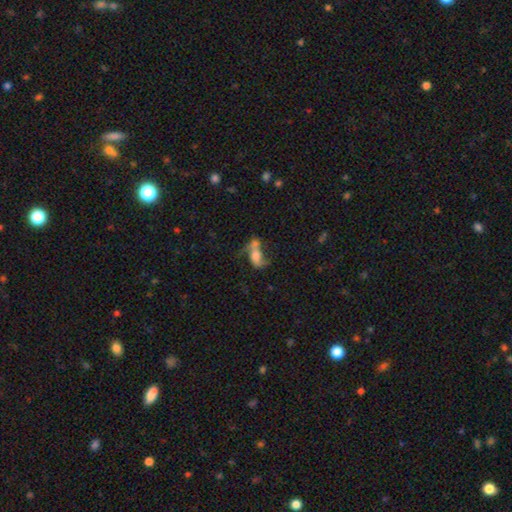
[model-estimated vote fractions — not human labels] Overall: featured or disk (56%; smooth 33%). Edge-on disk: no (92%). Bar: no (58%; weak 28%). Spiral arms: yes (73%). Bulge size: moderate (36%; small 26%). Merging: merger (32%; none 30%).